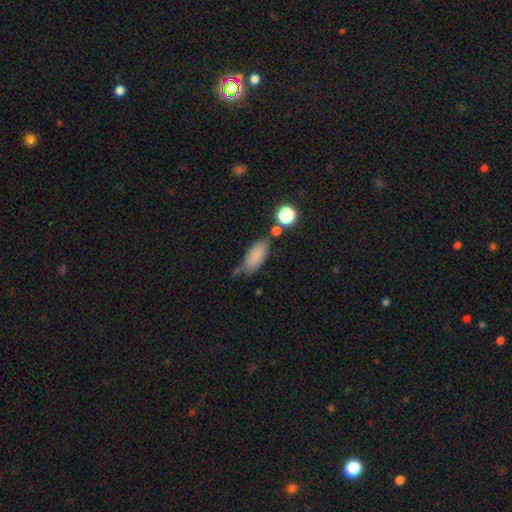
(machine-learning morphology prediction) Overall: smooth (83%). How rounded: in between (81%). Merging: none (60%; minor disturbance 22%).